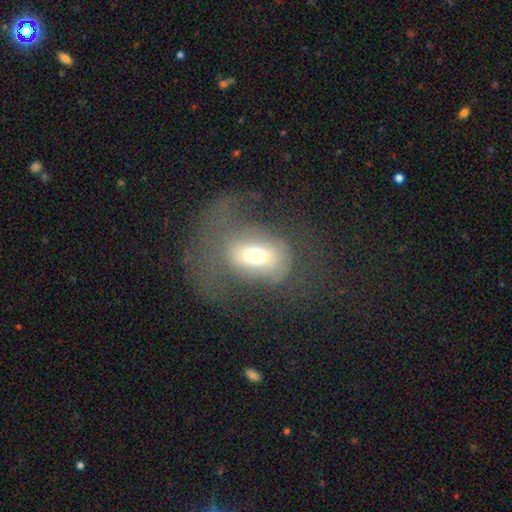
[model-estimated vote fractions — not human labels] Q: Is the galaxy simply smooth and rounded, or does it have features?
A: smooth — 55%.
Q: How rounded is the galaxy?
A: in between — 62%.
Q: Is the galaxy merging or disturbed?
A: major disturbance — 48%.